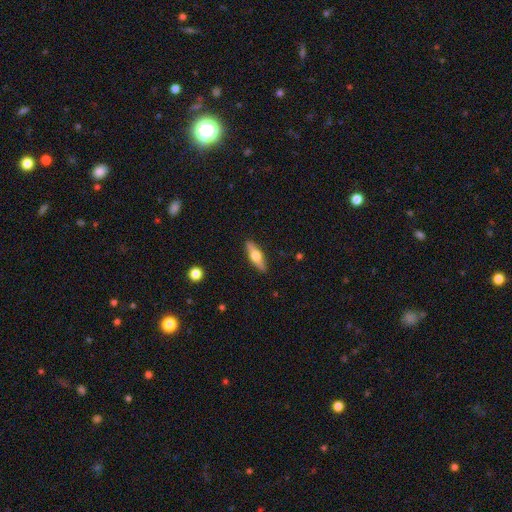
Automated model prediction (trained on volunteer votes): Q: Smooth or featured?
A: featured or disk (48%); runner-up: smooth (46%)
Q: Merging?
A: none (89%); runner-up: minor disturbance (8%)